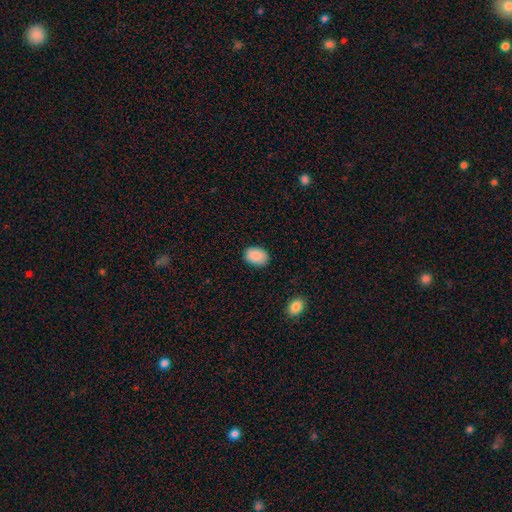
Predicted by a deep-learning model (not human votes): This appears to be a smooth galaxy with no disk features (90%) that is in between round and cigar-shaped (82%). Merging: none (86%).